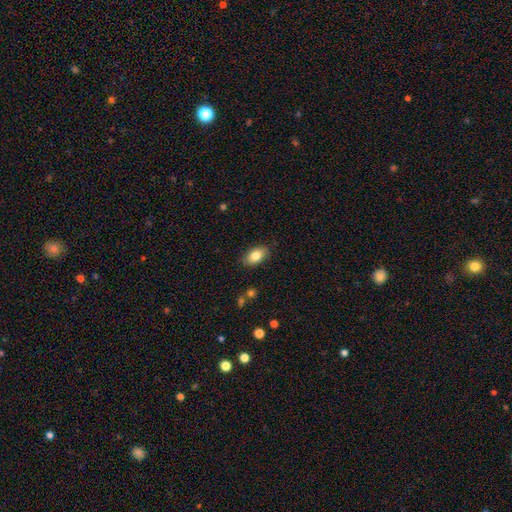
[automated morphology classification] Overall: smooth (81%). How rounded: in between (90%). Merging: none (84%).